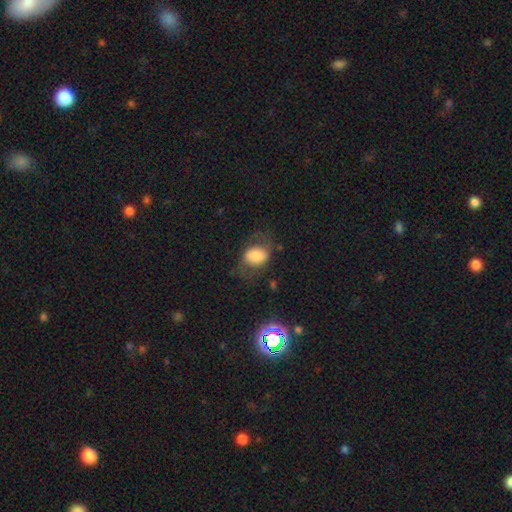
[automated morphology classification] type=smooth (64%); roundness=in between (64%); merging=none (49%).